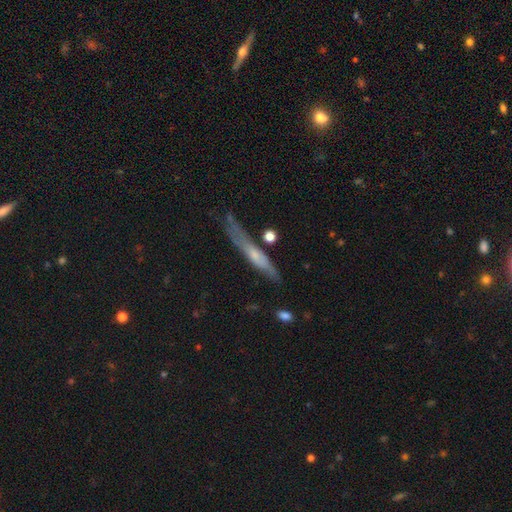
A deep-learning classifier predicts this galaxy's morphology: This is possibly a featured or disk galaxy (53%). It is likely viewed edge-on (78%). Merging: likely none (61%).